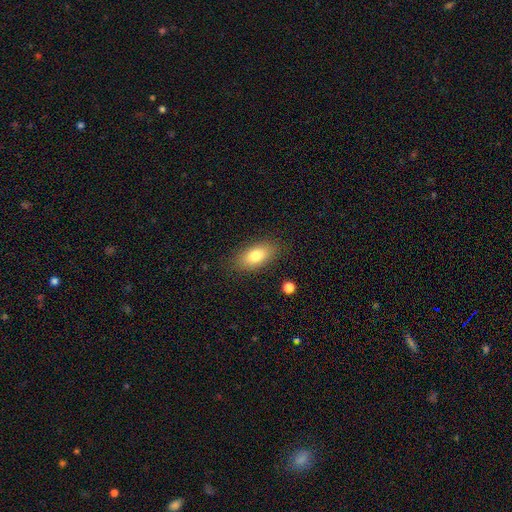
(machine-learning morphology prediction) Smooth or featured: smooth — 79% (featured or disk — 13%)
How rounded: in between — 88% (cigar-shaped — 7%)
Merging: none — 85% (minor disturbance — 11%)